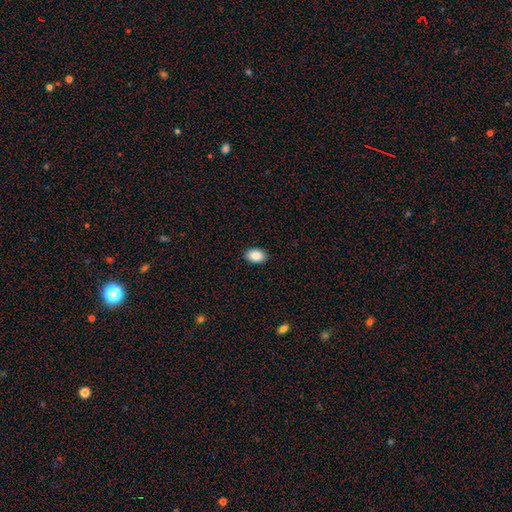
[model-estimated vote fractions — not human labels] smooth_or_featured: smooth (p=0.89) [alt: star or artifact p=0.08]
how_rounded: in between (p=0.82) [alt: round p=0.17]
merging: none (p=0.90) [alt: minor disturbance p=0.08]